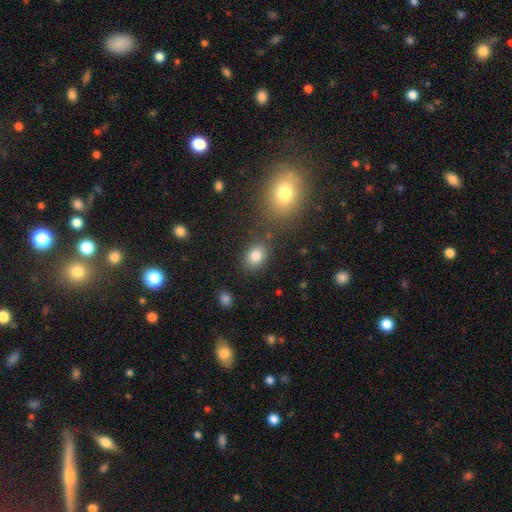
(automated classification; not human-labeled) Smooth or featured? smooth (82%)
How rounded? in between (66%)
Merging? none (77%)